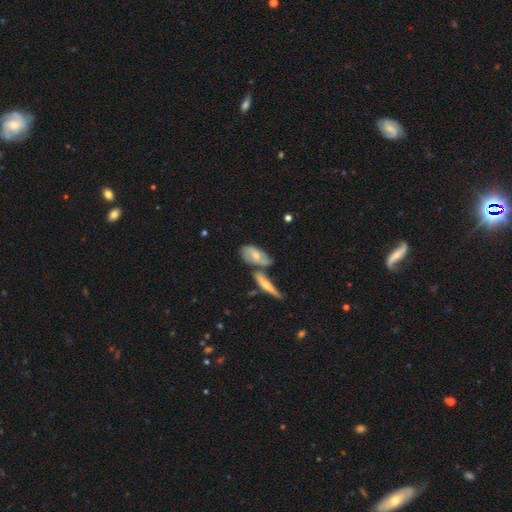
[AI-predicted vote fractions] featured or disk 49%, smooth 43%, star or artifact 7%. Down the decision tree: merging — none (40%).